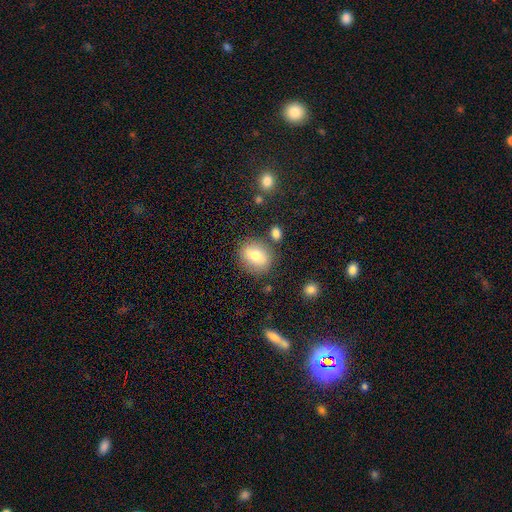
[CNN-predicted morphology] Smooth or featured? smooth (77%)
How rounded? in between (53%)
Merging? none (78%)